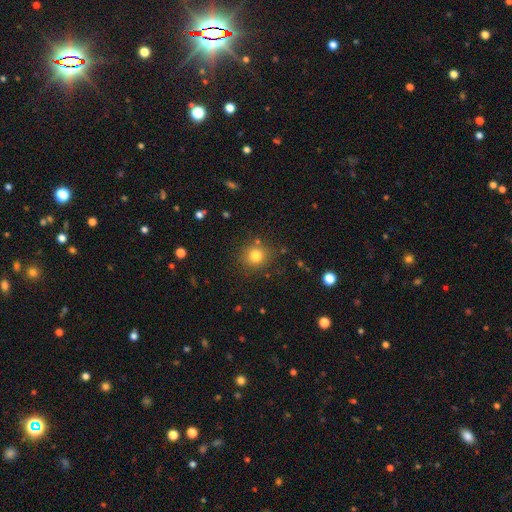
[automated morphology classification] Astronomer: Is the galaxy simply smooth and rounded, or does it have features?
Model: smooth — 79%.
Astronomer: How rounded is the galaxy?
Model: round — 88%.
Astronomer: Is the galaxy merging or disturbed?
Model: none — 84%.